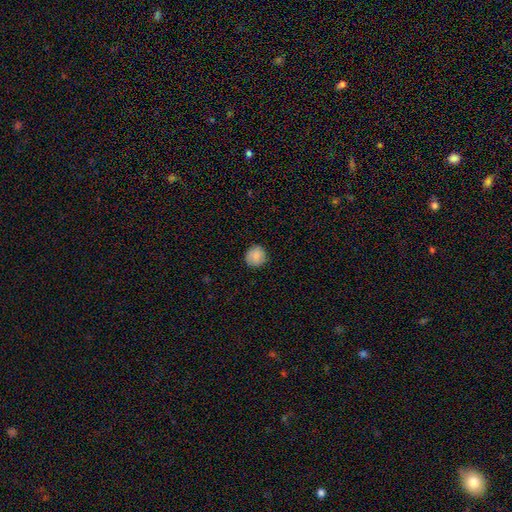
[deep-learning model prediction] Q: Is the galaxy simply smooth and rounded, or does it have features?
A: smooth — 85%.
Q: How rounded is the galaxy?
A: round — 90%.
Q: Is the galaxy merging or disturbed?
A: none — 85%.